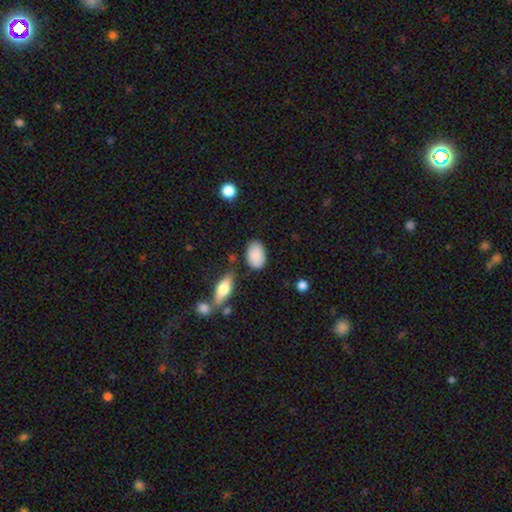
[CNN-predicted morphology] The model was most divided on "merging": none: 78%, minor disturbance: 14%, merger: 4%, major disturbance: 3%. More confident: how rounded — in between (92%); smooth or featured — smooth (88%).